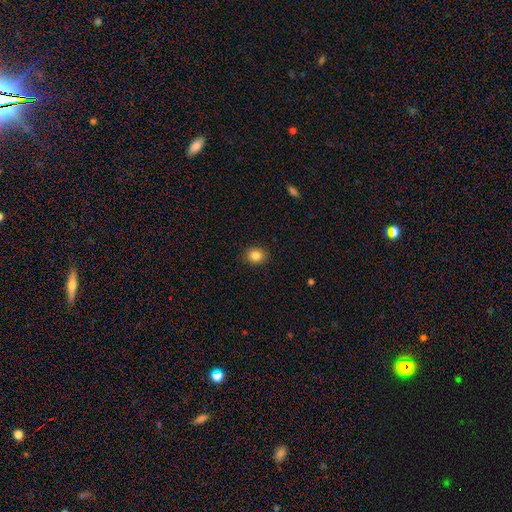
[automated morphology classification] This appears to be a smooth galaxy with no disk features (85%) that is round (66%). Merging: none (89%).